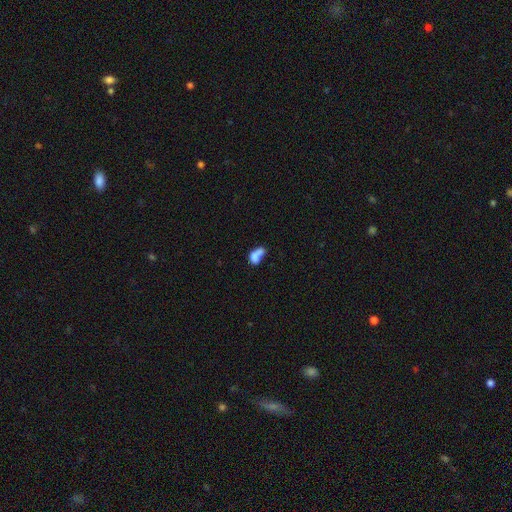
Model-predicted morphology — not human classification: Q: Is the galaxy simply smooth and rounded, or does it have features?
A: smooth — 71%.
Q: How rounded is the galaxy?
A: in between — 79%.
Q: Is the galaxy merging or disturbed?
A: merger — 52%.